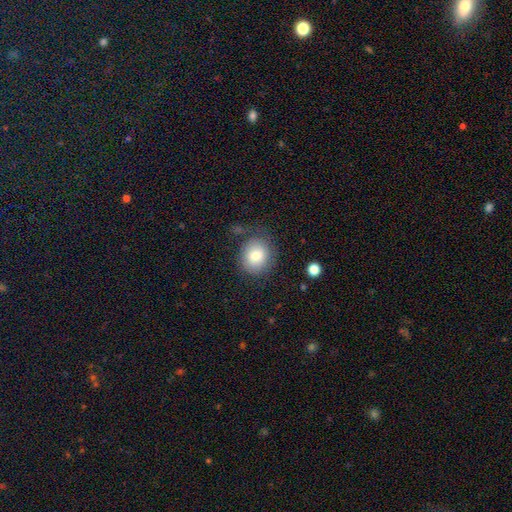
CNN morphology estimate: type=smooth (79%); roundness=round (76%); merging=none (74%).